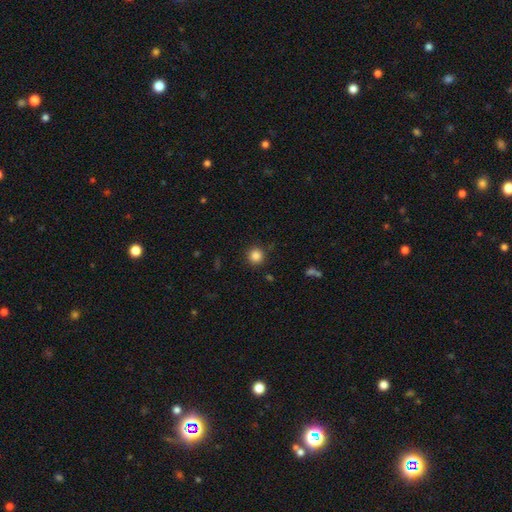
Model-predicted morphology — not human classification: type=smooth (85%); roundness=round (94%); merging=none (89%).